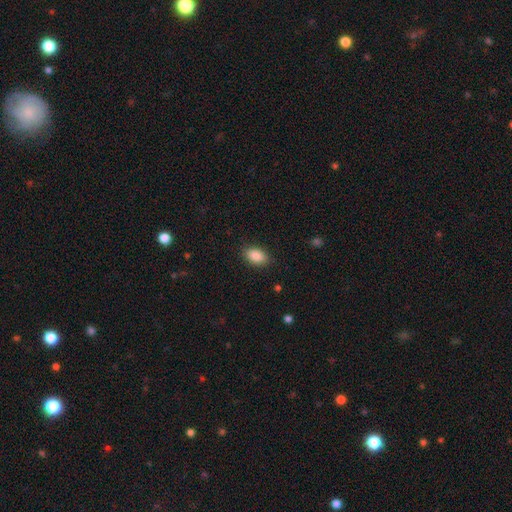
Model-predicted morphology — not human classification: Smooth or featured?
  - smooth: 88% *
  - star or artifact: 7%
  - featured or disk: 4%
How rounded?
  - in between: 91% *
  - round: 8%
  - cigar-shaped: 2%
Merging?
  - none: 86% *
  - minor disturbance: 10%
  - major disturbance: 3%
  - merger: 1%